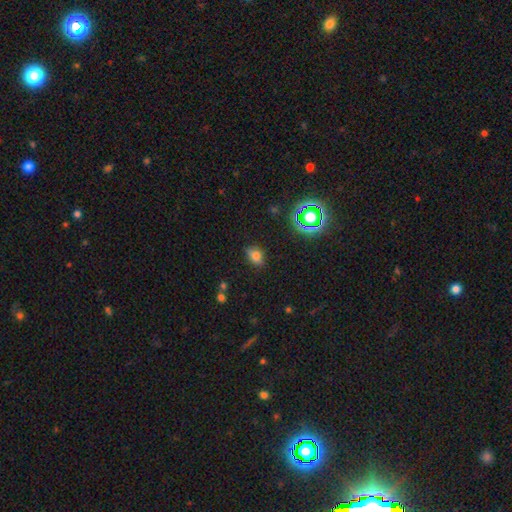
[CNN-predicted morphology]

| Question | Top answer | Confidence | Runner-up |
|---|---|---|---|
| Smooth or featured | smooth | 70% | star or artifact (19%) |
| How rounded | in between | 76% | round (21%) |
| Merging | none | 77% | minor disturbance (18%) |